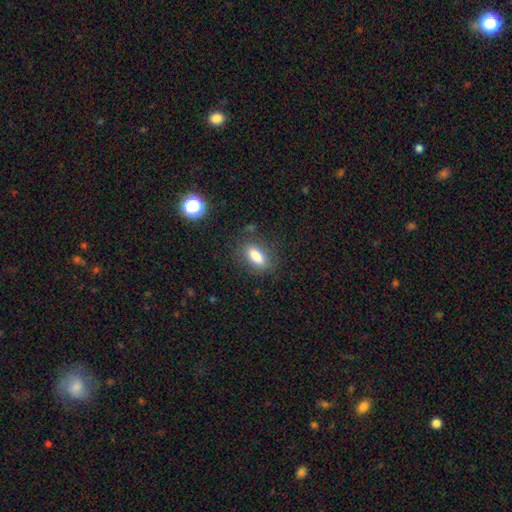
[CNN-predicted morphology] Smooth or featured? smooth (82%)
How rounded? in between (78%)
Merging? none (82%)